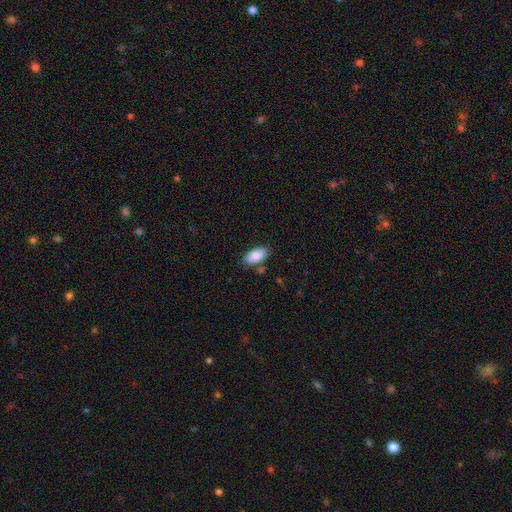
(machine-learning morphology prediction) smooth_or_featured: smooth (p=0.88) [alt: star or artifact p=0.06]
how_rounded: in between (p=0.93) [alt: cigar-shaped p=0.05]
merging: none (p=0.79) [alt: minor disturbance p=0.13]